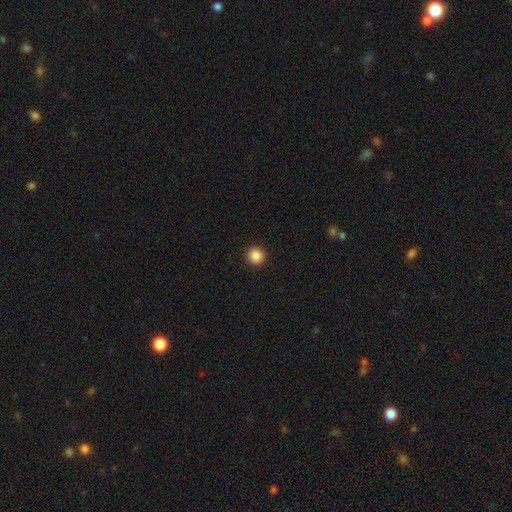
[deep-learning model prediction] smooth-or-featured: smooth: 87% | star or artifact: 10% | featured or disk: 3%
  how-rounded: round: 95% | in between: 4% | cigar-shaped: 1%
  merging: none: 93% | minor disturbance: 4% | major disturbance: 2% | merger: 1%